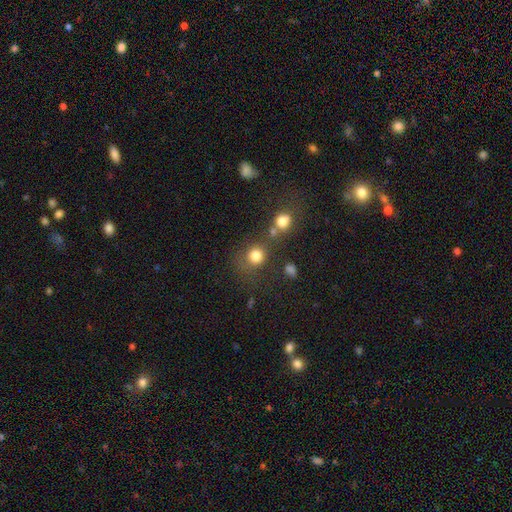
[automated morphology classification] Smooth or featured: smooth — 79% (star or artifact — 14%)
How rounded: round — 84% (in between — 15%)
Merging: none — 61% (merger — 19%)